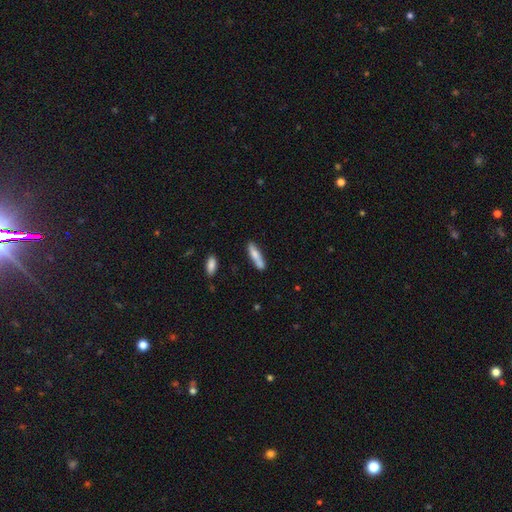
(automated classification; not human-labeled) Smooth or featured?
  - smooth: 73% *
  - featured or disk: 21%
  - star or artifact: 6%
How rounded?
  - cigar-shaped: 79% *
  - in between: 19%
  - round: 2%
Merging?
  - none: 74% *
  - minor disturbance: 15%
  - merger: 8%
  - major disturbance: 3%